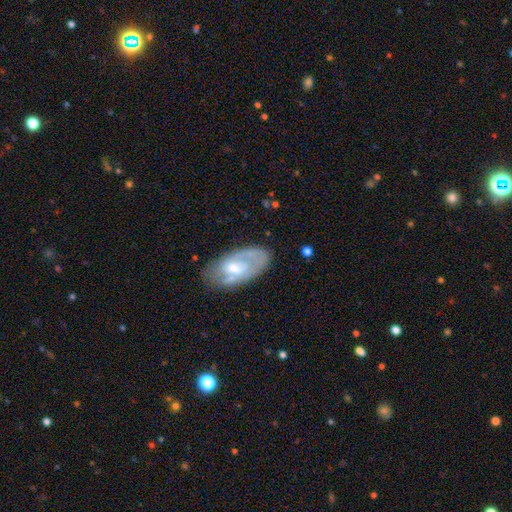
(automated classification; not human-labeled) Smooth or featured?
  - featured or disk: 60% *
  - smooth: 33%
  - star or artifact: 6%
Edge-on disk?
  - no: 92% *
  - yes: 8%
Bar?
  - no: 49% *
  - weak: 41%
  - strong: 10%
Spiral arms?
  - yes: 61% *
  - no: 39%
Bulge size?
  - moderate: 48% *
  - small: 37%
  - large: 7%
  - none: 7%
  - dominant: 1%
Merging?
  - none: 66% *
  - minor disturbance: 22%
  - major disturbance: 9%
  - merger: 3%